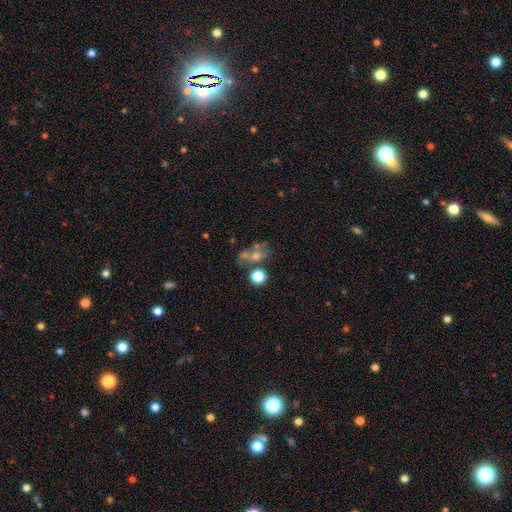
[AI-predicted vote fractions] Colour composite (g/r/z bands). It shows a smooth galaxy with no disk features (48%). Merging: merger (38%).